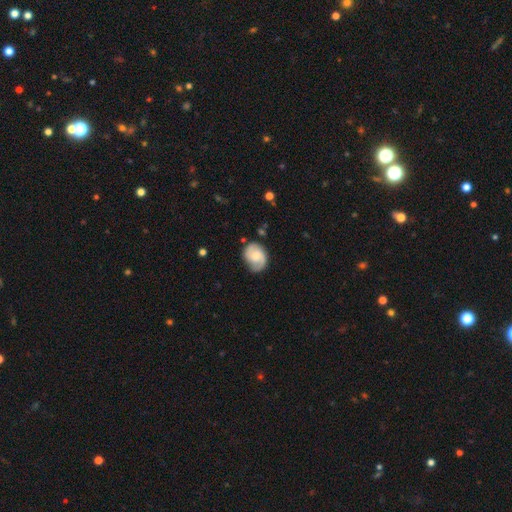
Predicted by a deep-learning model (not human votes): Q: Smooth or featured?
A: featured or disk (65%); runner-up: smooth (29%)
Q: Edge-on disk?
A: no (97%); runner-up: yes (3%)
Q: Bar?
A: no (55%); runner-up: weak (38%)
Q: Spiral arms?
A: yes (92%); runner-up: no (8%)
Q: Spiral winding?
A: medium (45%); runner-up: tight (33%)
Q: Spiral arm count?
A: 2 (78%); runner-up: 1 (9%)
Q: Bulge size?
A: moderate (40%); runner-up: small (38%)
Q: Merging?
A: none (70%); runner-up: minor disturbance (21%)